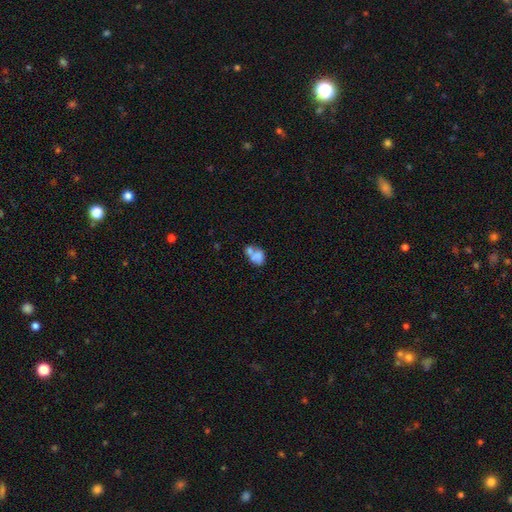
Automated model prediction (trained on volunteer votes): smooth_or_featured: smooth (p=0.70) [alt: featured or disk p=0.21]
how_rounded: in between (p=0.64) [alt: round p=0.35]
merging: merger (p=0.59) [alt: none p=0.24]